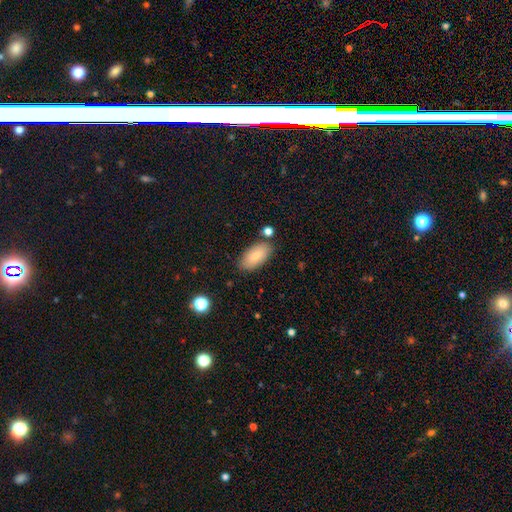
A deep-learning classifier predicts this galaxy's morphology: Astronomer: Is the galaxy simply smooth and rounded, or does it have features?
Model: smooth — 81%.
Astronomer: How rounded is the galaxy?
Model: in between — 92%.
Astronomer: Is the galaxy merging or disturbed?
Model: none — 81%.